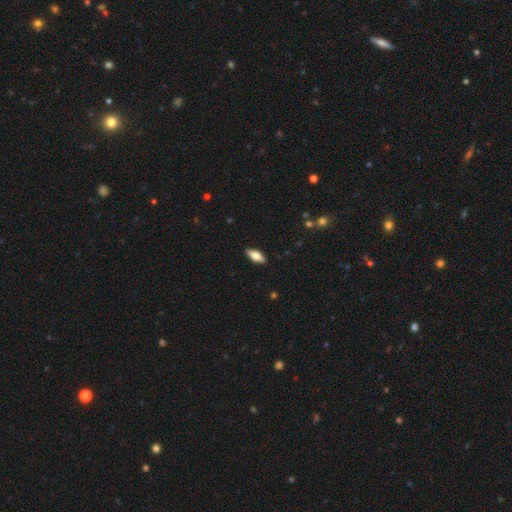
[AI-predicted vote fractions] Morphology: type=smooth (67%); roundness=in between (78%); merging=none (90%).